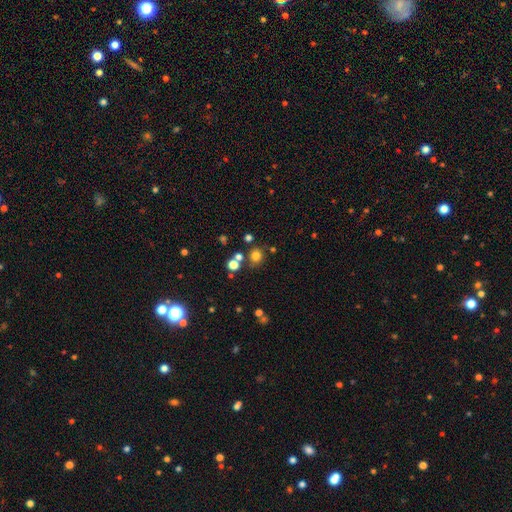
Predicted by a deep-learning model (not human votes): This is likely a smooth galaxy (74%). How rounded: clearly round (86%). Merging: likely none (72%).